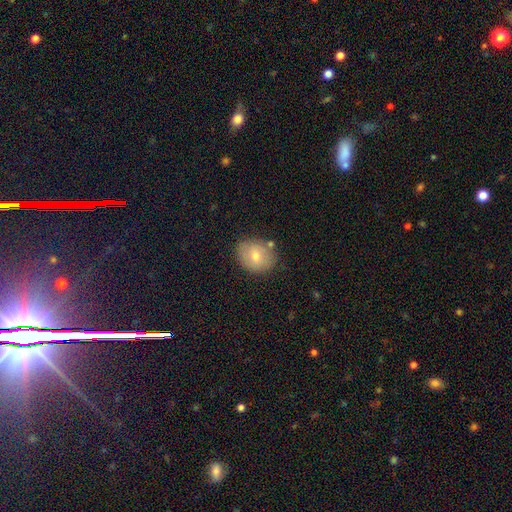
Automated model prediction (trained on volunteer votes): Smooth or featured: smooth — 68% (featured or disk — 22%)
How rounded: round — 58% (in between — 41%)
Merging: none — 77% (minor disturbance — 14%)